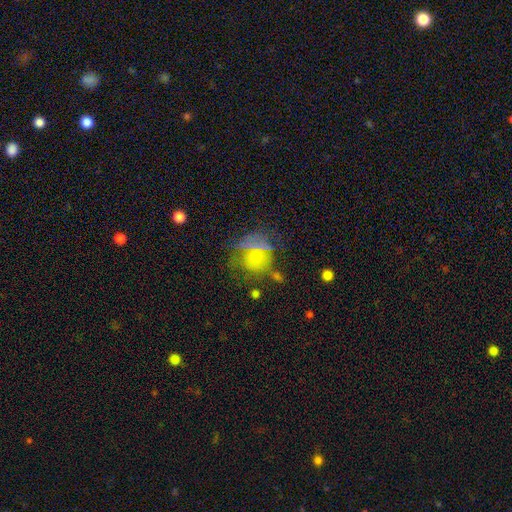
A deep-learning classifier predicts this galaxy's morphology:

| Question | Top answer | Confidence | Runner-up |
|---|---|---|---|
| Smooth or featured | smooth | 61% | featured or disk (21%) |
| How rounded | round | 86% | in between (13%) |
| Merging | none | 58% | minor disturbance (20%) |